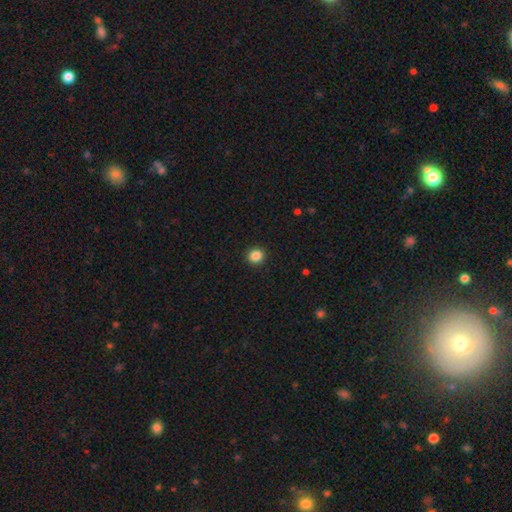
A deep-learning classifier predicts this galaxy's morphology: A smooth galaxy with no disk features (86%) that is round (89%).

Vote fractions:
- Smooth or featured? smooth: 86% / star or artifact: 11% / featured or disk: 3%
- How rounded? round: 89% / in between: 10% / cigar-shaped: 1%
- Merging? none: 93% / minor disturbance: 5% / major disturbance: 2% / merger: 1%